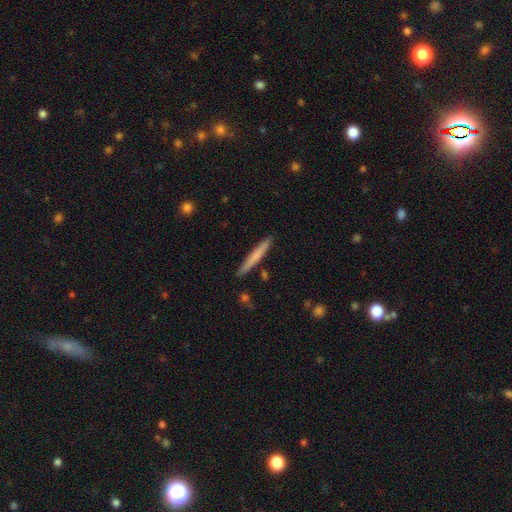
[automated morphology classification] A smooth galaxy with no disk features (66%) that is cigar-shaped (96%). Merging: none (90%).